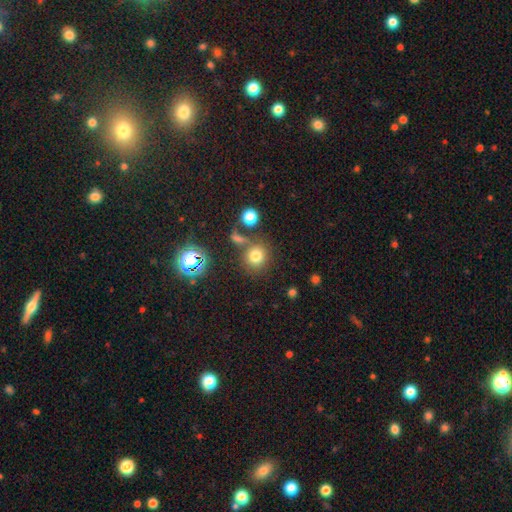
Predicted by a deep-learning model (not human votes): Q: Smooth or featured?
A: smooth (74%); runner-up: star or artifact (18%)
Q: How rounded?
A: round (87%); runner-up: in between (12%)
Q: Merging?
A: none (70%); runner-up: merger (14%)